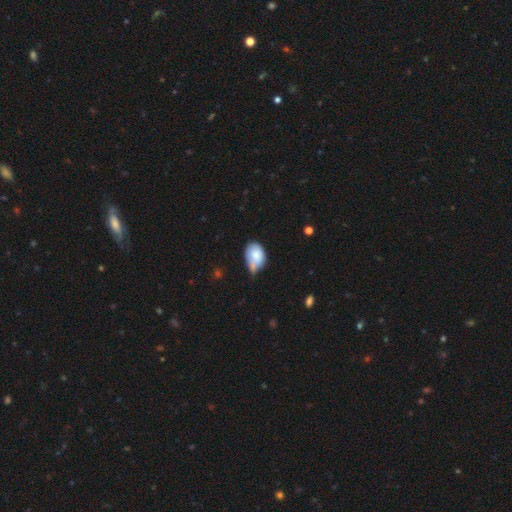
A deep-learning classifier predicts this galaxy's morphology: A smooth galaxy with no disk features (77%) that is in between round and cigar-shaped (79%). Merging: minor disturbance (45%).